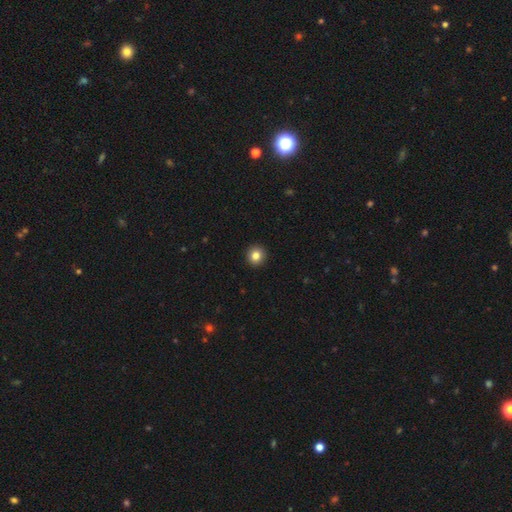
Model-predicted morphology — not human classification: Smooth or featured? smooth (84%)
How rounded? round (93%)
Merging? none (93%)